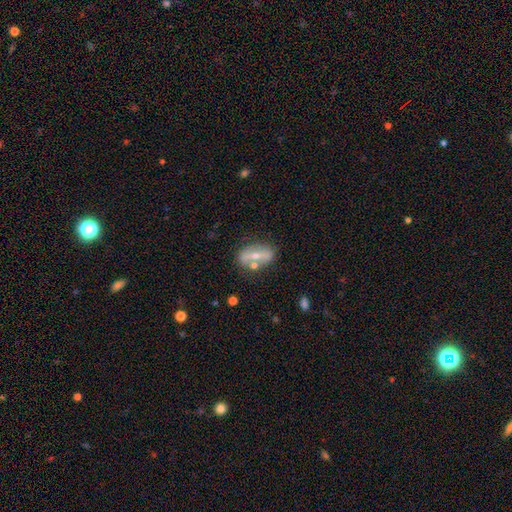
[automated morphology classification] Smooth or featured: featured or disk — 54% (smooth — 38%)
Edge-on disk: no — 75% (yes — 25%)
Merging: none — 68% (minor disturbance — 15%)